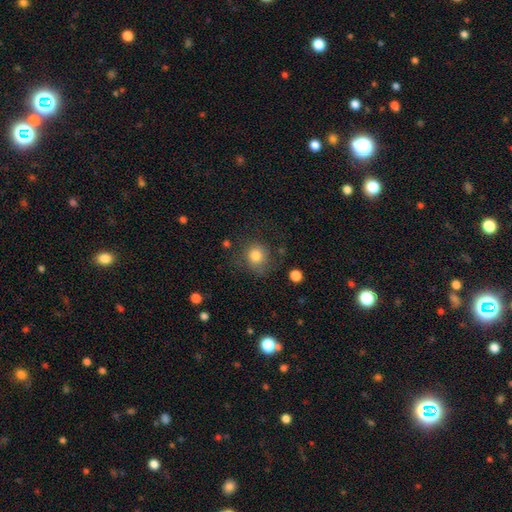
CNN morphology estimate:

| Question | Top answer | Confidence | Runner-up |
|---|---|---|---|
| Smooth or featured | smooth | 82% | star or artifact (10%) |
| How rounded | round | 84% | in between (15%) |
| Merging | none | 70% | minor disturbance (18%) |